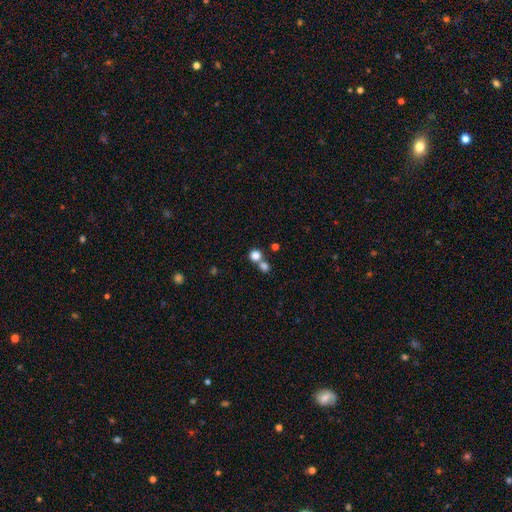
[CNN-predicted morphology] Q: Smooth or featured?
A: smooth (80%); runner-up: star or artifact (13%)
Q: How rounded?
A: round (88%); runner-up: in between (11%)
Q: Merging?
A: none (52%); runner-up: merger (39%)